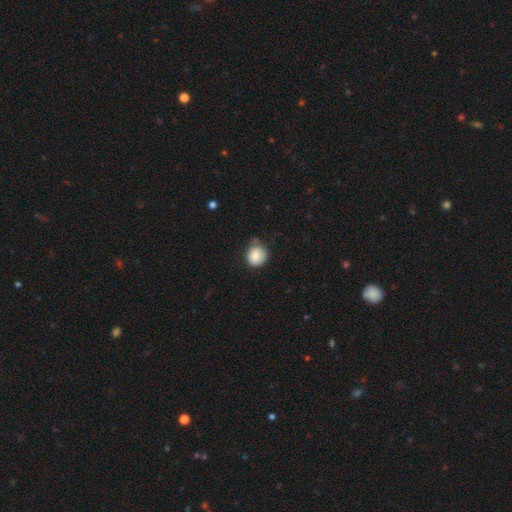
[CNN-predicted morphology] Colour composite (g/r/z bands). It shows a smooth galaxy with no disk features (85%) that is round (81%). Merging: none (62%).